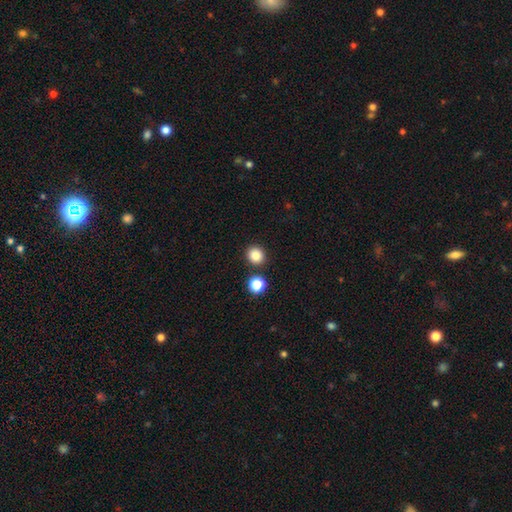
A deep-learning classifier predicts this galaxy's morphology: This is clearly a smooth galaxy (84%). How rounded: clearly round (86%). Merging: clearly none (86%).